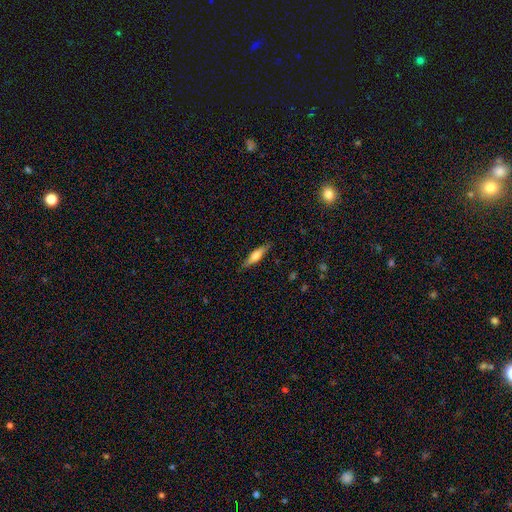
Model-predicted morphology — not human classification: This appears to be a smooth galaxy with no disk features (58%) that is cigar-shaped (66%). Merging: none (85%).